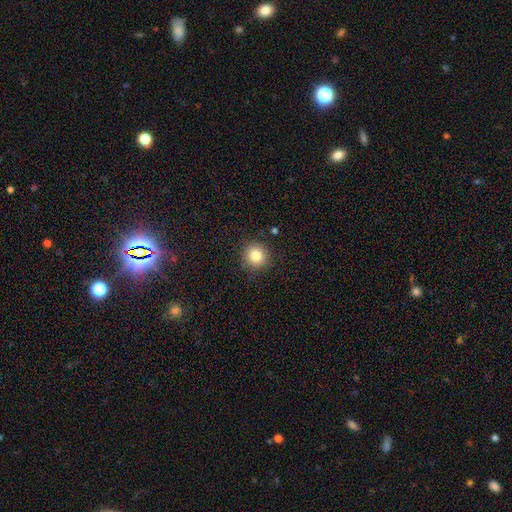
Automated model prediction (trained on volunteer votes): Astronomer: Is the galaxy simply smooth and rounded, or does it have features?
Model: smooth — 82%.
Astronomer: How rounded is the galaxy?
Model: round — 93%.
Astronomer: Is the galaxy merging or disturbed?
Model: none — 90%.